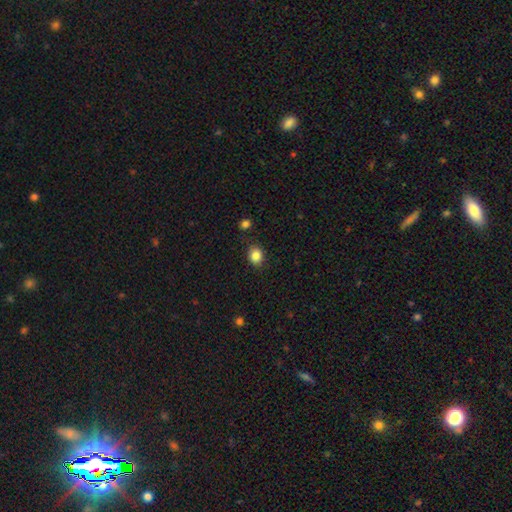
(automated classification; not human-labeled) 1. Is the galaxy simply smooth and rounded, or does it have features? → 86% smooth, 10% star or artifact, 4% featured or disk.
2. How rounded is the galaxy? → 59% round, 40% in between, 1% cigar-shaped.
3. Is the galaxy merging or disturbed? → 83% none, 11% minor disturbance, 3% major disturbance, 2% merger.